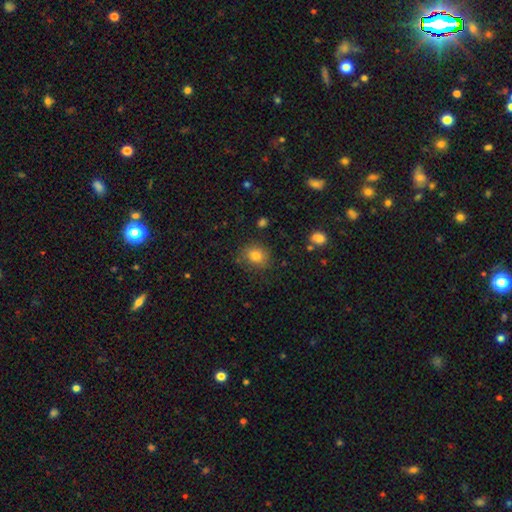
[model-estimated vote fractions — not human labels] smooth_or_featured: smooth (p=0.82) [alt: star or artifact p=0.11]
how_rounded: round (p=0.63) [alt: in between p=0.36]
merging: none (p=0.81) [alt: minor disturbance p=0.13]